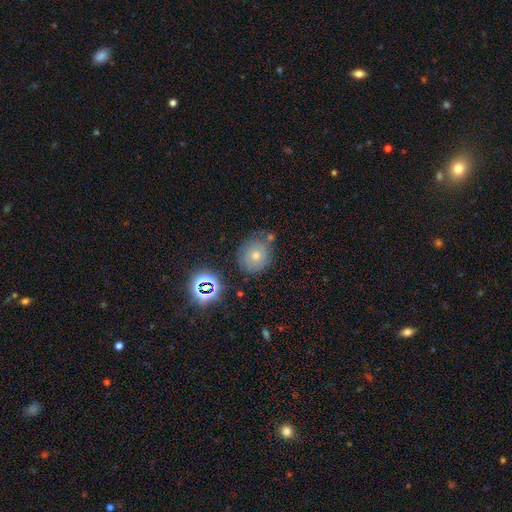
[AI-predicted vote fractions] Overall: smooth (53%; featured or disk 28%). How rounded: round (83%). Merging: none (70%).